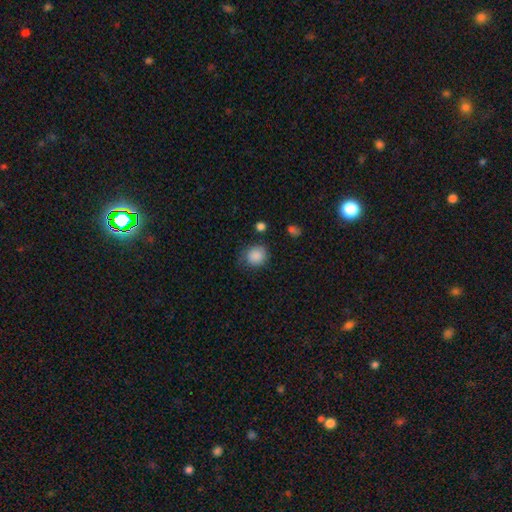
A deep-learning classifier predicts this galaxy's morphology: Overall: smooth (86%). How rounded: round (82%). Merging: none (68%).